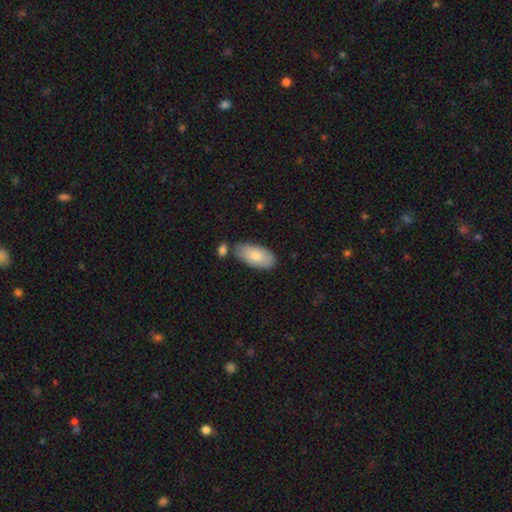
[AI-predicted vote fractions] This appears to be a smooth galaxy with no disk features (78%) that is in between round and cigar-shaped (94%). Merging: none (72%).